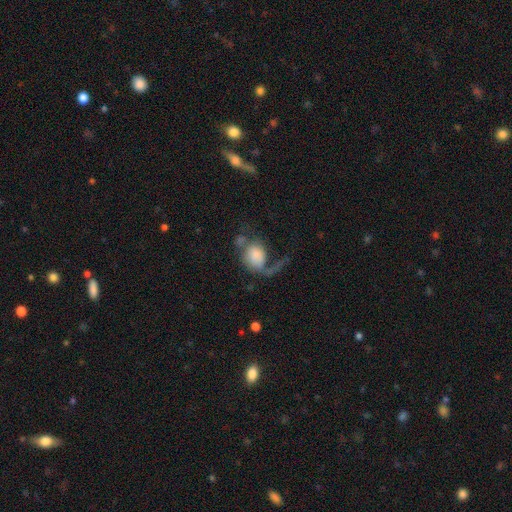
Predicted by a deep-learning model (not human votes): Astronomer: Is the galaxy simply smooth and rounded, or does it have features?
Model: smooth — 58% (runner-up: featured or disk, 34%).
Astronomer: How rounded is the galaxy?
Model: in between — 58% (runner-up: round, 40%).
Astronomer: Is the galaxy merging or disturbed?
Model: major disturbance — 49%.